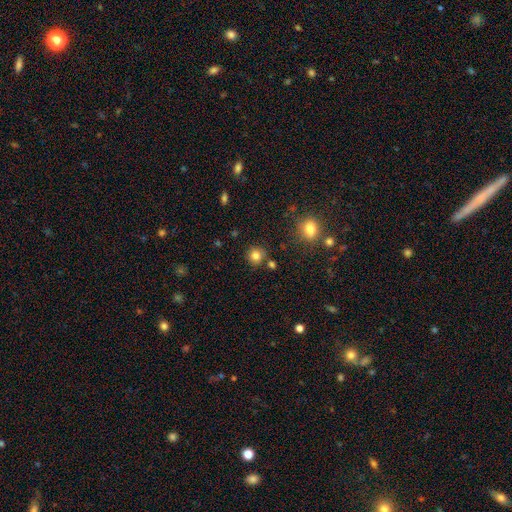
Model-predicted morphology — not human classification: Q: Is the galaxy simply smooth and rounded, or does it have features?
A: smooth — 82%.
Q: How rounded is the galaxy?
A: round — 90%.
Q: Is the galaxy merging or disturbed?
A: none — 83%.